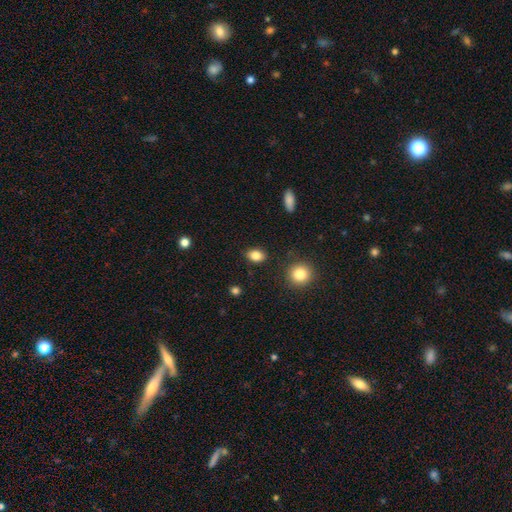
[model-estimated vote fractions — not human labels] A smooth galaxy with no disk features (84%) that is in between round and cigar-shaped (70%). Merging: none (85%).